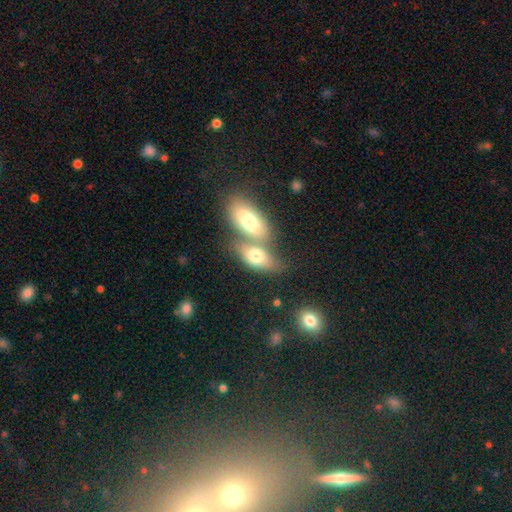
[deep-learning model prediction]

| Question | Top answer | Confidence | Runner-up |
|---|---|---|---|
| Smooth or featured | smooth | 72% | featured or disk (20%) |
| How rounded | in between | 83% | round (10%) |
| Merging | merger | 55% | none (30%) |